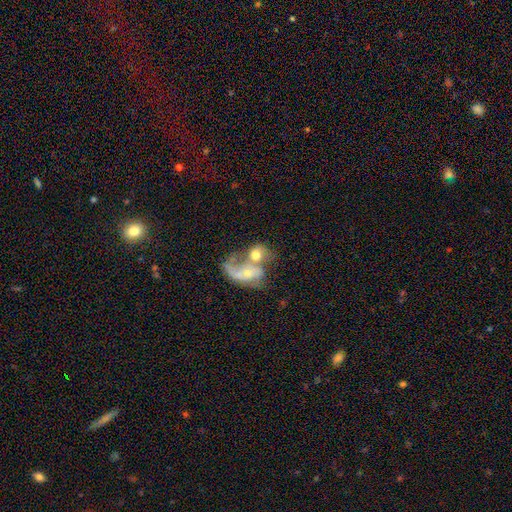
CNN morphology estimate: Smooth or featured? Predicted: featured or disk (p=0.57). Edge-on disk? Predicted: no (p=0.97). Bar? Predicted: no (p=0.65). Spiral arms? Predicted: yes (p=0.71). Bulge size? Predicted: moderate (p=0.46). Merging? Predicted: merger (p=0.65).